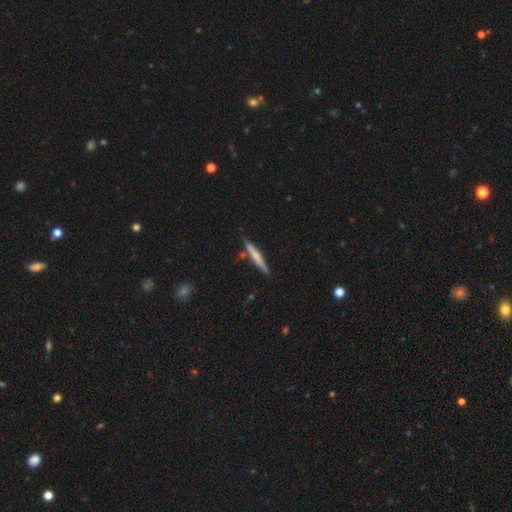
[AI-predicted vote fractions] Smooth or featured? Predicted: smooth (p=0.56). How rounded? Predicted: cigar-shaped (p=0.95). Merging? Predicted: none (p=0.81).